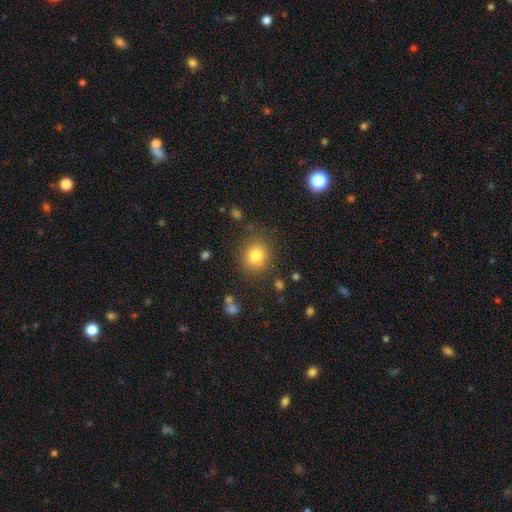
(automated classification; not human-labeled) Smooth or featured? smooth (81%)
How rounded? round (83%)
Merging? none (82%)